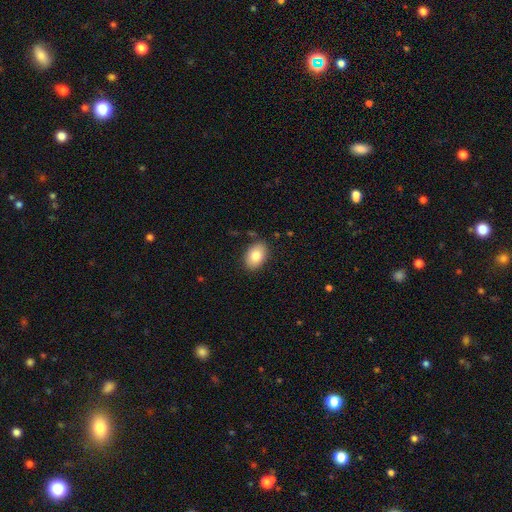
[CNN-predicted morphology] A smooth galaxy with no disk features (81%) that is in between round and cigar-shaped (87%).

Vote fractions:
- Smooth or featured? smooth: 81% / featured or disk: 11% / star or artifact: 7%
- How rounded? in between: 87% / round: 12% / cigar-shaped: 1%
- Merging? none: 84% / minor disturbance: 12% / major disturbance: 3% / merger: 2%